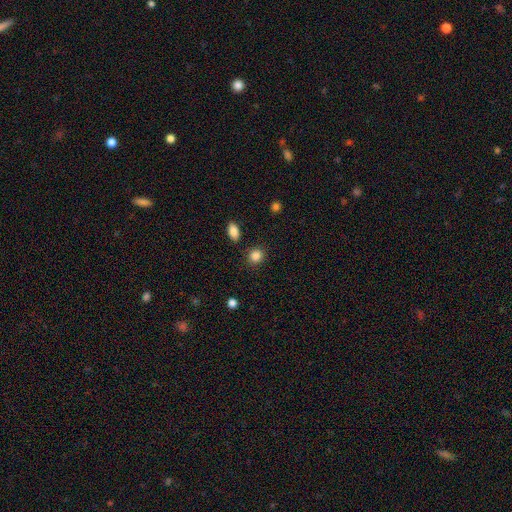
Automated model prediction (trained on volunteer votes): Smooth or featured? Predicted: smooth (p=0.86). How rounded? Predicted: round (p=0.79). Merging? Predicted: none (p=0.87).